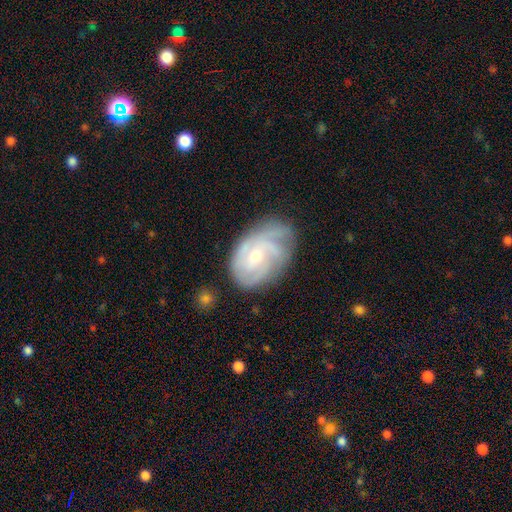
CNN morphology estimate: A featured or disk galaxy (79%) with no bar (59%), 3 (34%) tight (55%) spiral arms (94%) and a small central bulge (53%). Merging: none (63%).